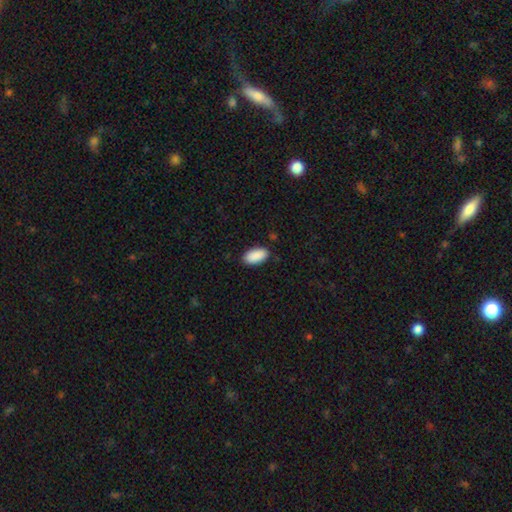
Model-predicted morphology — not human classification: Smooth or featured? Predicted: smooth (p=0.91). How rounded? Predicted: in between (p=0.95). Merging? Predicted: none (p=0.88).